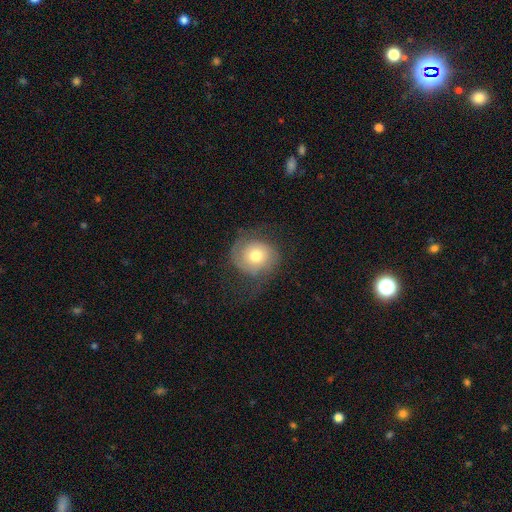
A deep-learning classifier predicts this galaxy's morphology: smooth 50%, featured or disk 42%, star or artifact 8%. Down the decision tree: how rounded — round (81%); merging — none (57%).